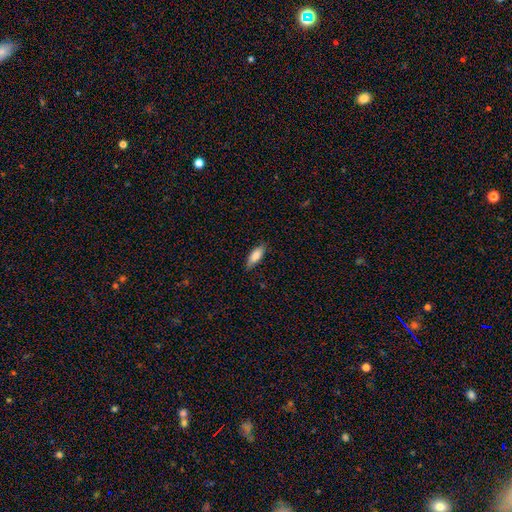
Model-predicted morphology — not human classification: Smooth or featured?
  - smooth: 85% *
  - featured or disk: 9%
  - star or artifact: 6%
How rounded?
  - in between: 69% *
  - cigar-shaped: 29%
  - round: 2%
Merging?
  - none: 81% *
  - minor disturbance: 15%
  - major disturbance: 3%
  - merger: 1%